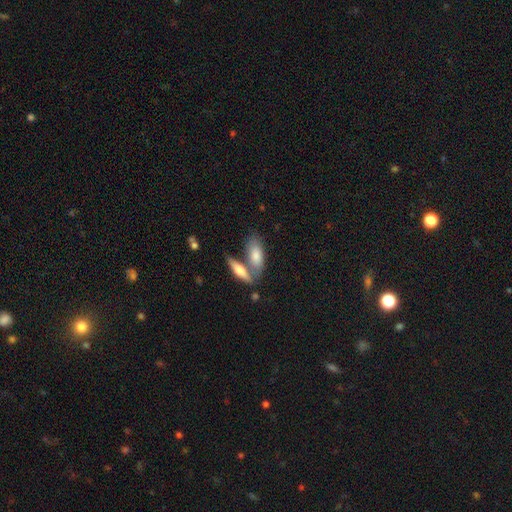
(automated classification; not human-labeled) smooth-or-featured: smooth: 74% | featured or disk: 21% | star or artifact: 5%
  how-rounded: in between: 75% | cigar-shaped: 22% | round: 3%
  merging: merger: 45% | none: 41% | minor disturbance: 11% | major disturbance: 4%